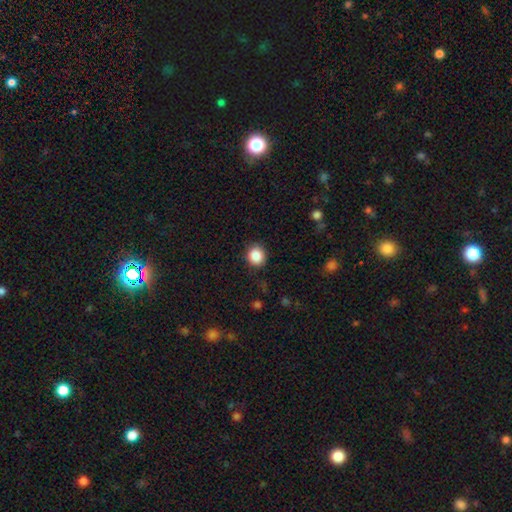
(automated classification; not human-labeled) smooth 87%, star or artifact 9%, featured or disk 4%. Down the decision tree: how rounded — round (82%); merging — none (86%).